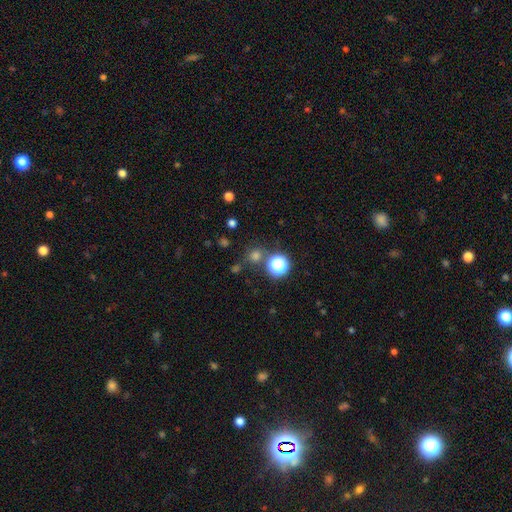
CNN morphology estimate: This appears to be a smooth galaxy with no disk features (65%) that is round (89%). Merging: none (76%).